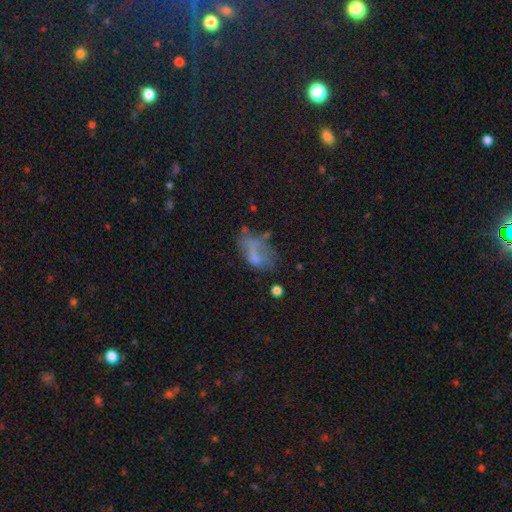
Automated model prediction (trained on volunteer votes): A smooth galaxy with no disk features (53%) that is in between round and cigar-shaped (87%). Merging: major disturbance (34%).